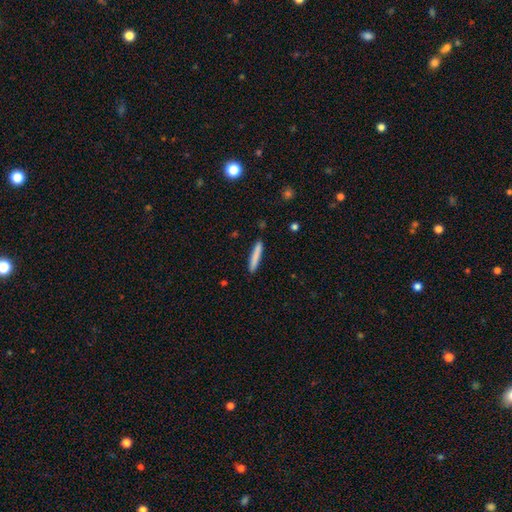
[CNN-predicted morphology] A smooth galaxy with no disk features (81%) that is cigar-shaped (94%).

Vote fractions:
- Smooth or featured? smooth: 81% / featured or disk: 13% / star or artifact: 6%
- How rounded? cigar-shaped: 94% / in between: 5% / round: 1%
- Merging? none: 89% / minor disturbance: 8% / major disturbance: 2% / merger: 1%